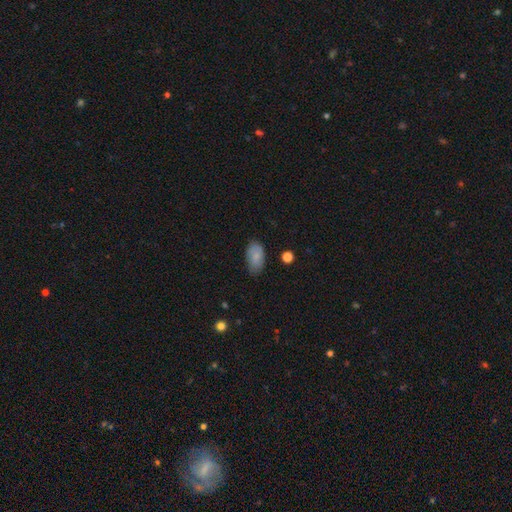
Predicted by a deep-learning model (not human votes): A smooth galaxy with no disk features (80%) that is in between round and cigar-shaped (93%). Merging: none (72%).